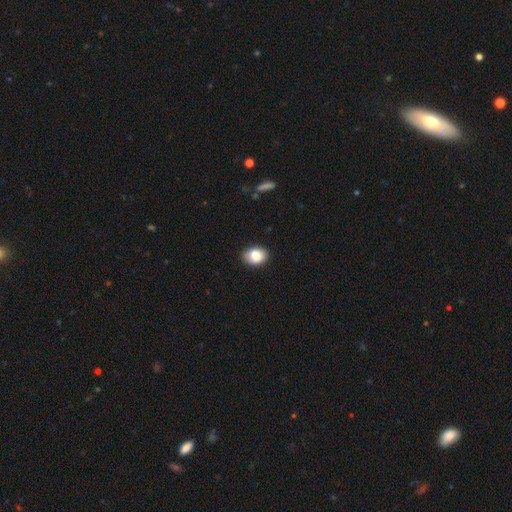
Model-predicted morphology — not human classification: A smooth galaxy with no disk features (84%) that is in between round and cigar-shaped (69%). Merging: none (86%).